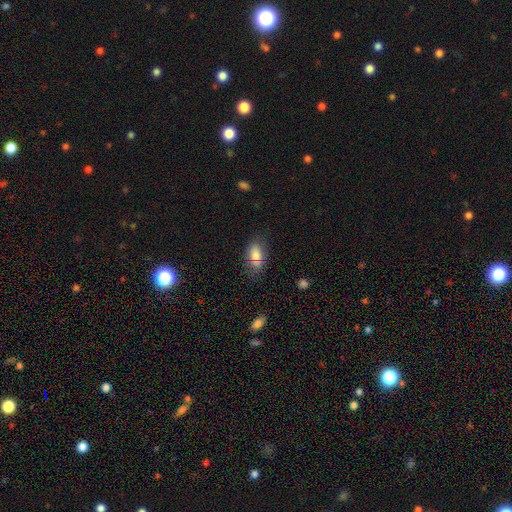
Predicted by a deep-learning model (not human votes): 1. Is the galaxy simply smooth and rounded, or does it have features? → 78% smooth, 12% featured or disk, 10% star or artifact.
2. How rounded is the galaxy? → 88% in between, 7% round, 5% cigar-shaped.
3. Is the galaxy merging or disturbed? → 61% none, 23% minor disturbance, 8% major disturbance, 8% merger.